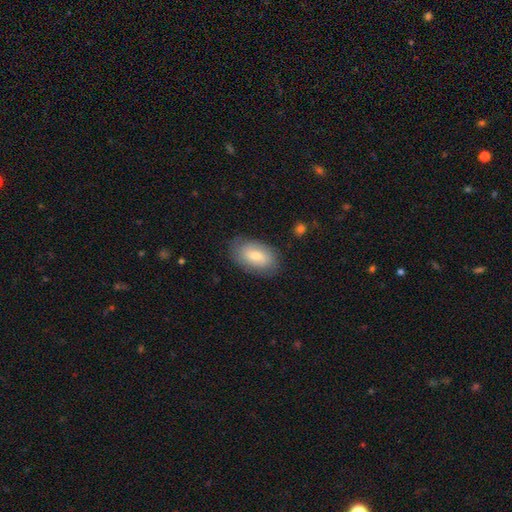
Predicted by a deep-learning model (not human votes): Overall: smooth (67%). How rounded: in between (89%). Merging: none (80%).